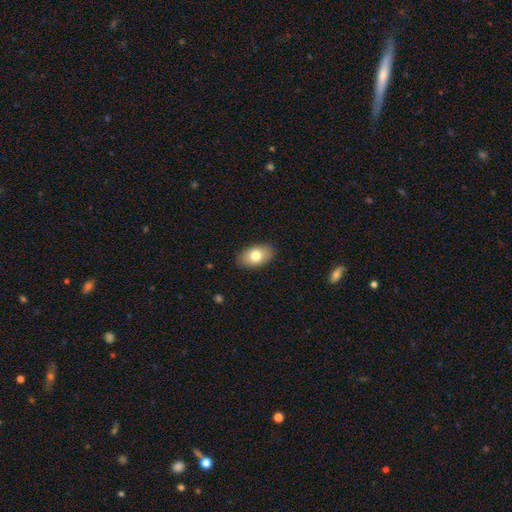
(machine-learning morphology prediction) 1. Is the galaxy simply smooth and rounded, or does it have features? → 77% smooth, 15% featured or disk, 7% star or artifact.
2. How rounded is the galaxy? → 91% in between, 8% round, 1% cigar-shaped.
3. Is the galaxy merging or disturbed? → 87% none, 10% minor disturbance, 2% major disturbance, 1% merger.